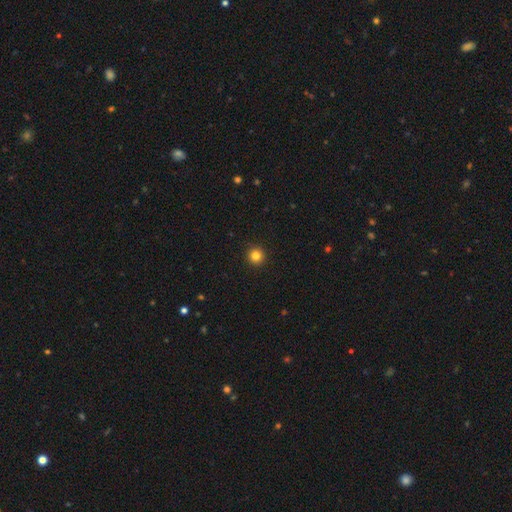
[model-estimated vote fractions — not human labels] A smooth galaxy with no disk features (83%) that is round (96%). Merging: none (94%).